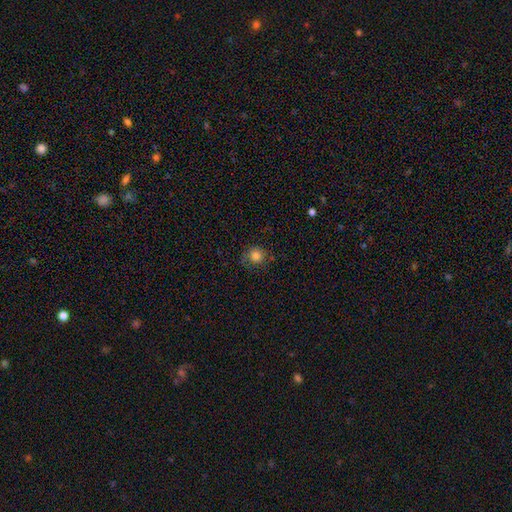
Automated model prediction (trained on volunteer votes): Smooth or featured? Predicted: smooth (p=0.81). How rounded? Predicted: round (p=0.86). Merging? Predicted: none (p=0.70).